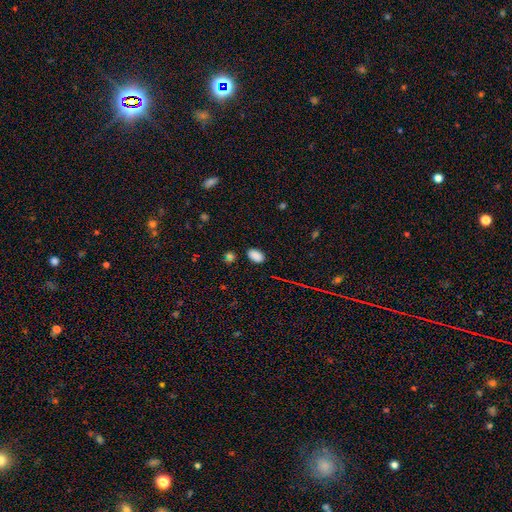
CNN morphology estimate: smooth 84%, star or artifact 12%, featured or disk 4%. Down the decision tree: how rounded — in between (91%); merging — none (85%).